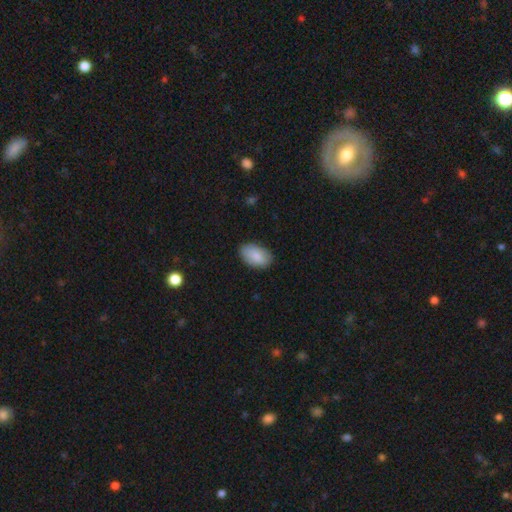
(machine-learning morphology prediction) smooth 85%, featured or disk 9%, star or artifact 6%. Down the decision tree: how rounded — in between (93%); merging — none (84%).